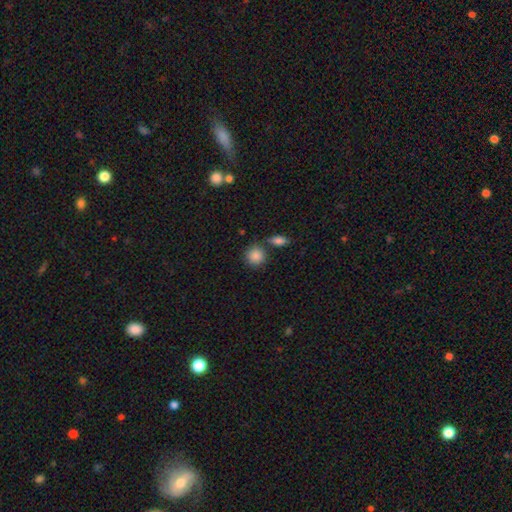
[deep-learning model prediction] Q: Smooth or featured?
A: smooth (87%); runner-up: star or artifact (8%)
Q: How rounded?
A: round (87%); runner-up: in between (12%)
Q: Merging?
A: none (73%); runner-up: merger (13%)